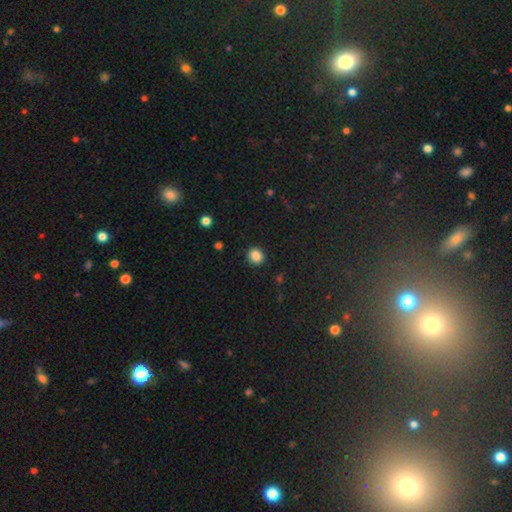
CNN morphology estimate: Smooth or featured: smooth — 86% (star or artifact — 11%)
How rounded: round — 76% (in between — 23%)
Merging: none — 91% (minor disturbance — 6%)